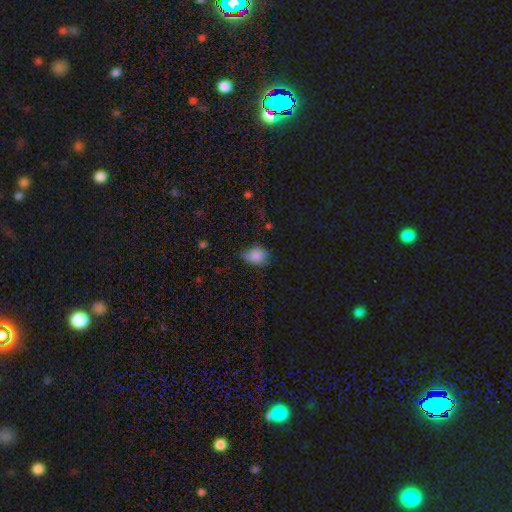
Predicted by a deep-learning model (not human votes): smooth_or_featured: smooth (p=0.85) [alt: star or artifact p=0.09]
how_rounded: in between (p=0.70) [alt: round p=0.29]
merging: none (p=0.54) [alt: minor disturbance p=0.37]